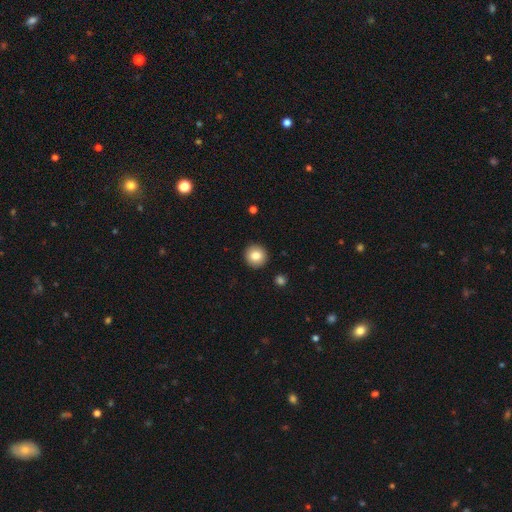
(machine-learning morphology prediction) Q: Smooth or featured?
A: smooth (83%); runner-up: star or artifact (9%)
Q: How rounded?
A: round (94%); runner-up: in between (5%)
Q: Merging?
A: none (92%); runner-up: minor disturbance (5%)